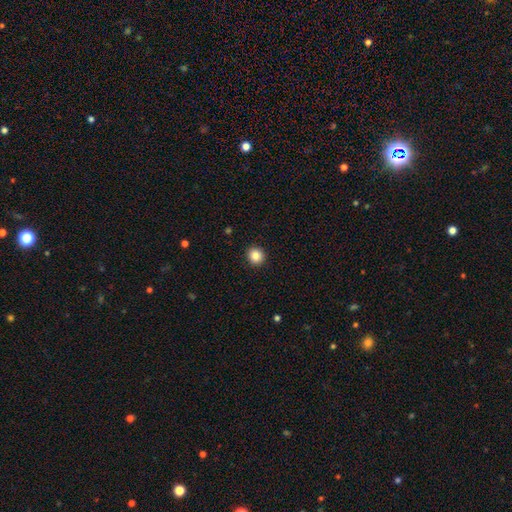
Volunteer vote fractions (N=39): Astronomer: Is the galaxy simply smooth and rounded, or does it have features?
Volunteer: smooth — 85%.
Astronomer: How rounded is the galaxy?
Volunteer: round — 100%.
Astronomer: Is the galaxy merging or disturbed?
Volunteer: none — 100%.